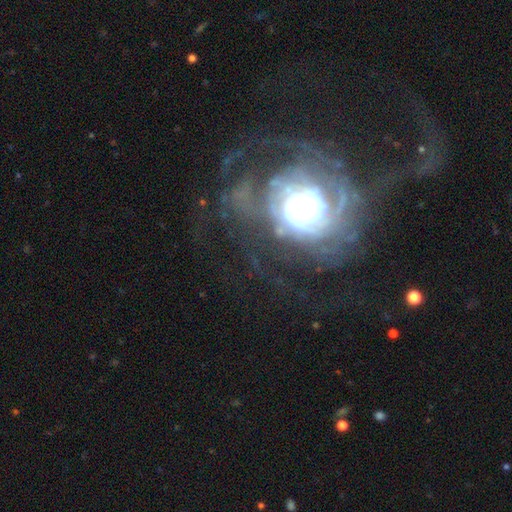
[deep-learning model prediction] The model was most divided on "bulge size": large: 42%, moderate: 35%, dominant: 12%, small: 8%, none: 2%. Remaining: edge-on disk — no (96%); spiral arms — yes (82%); smooth or featured — featured or disk (77%); bar — no (75%); spiral winding — tight (52%); merging — none (49%); spiral arm count — can't tell (37%).